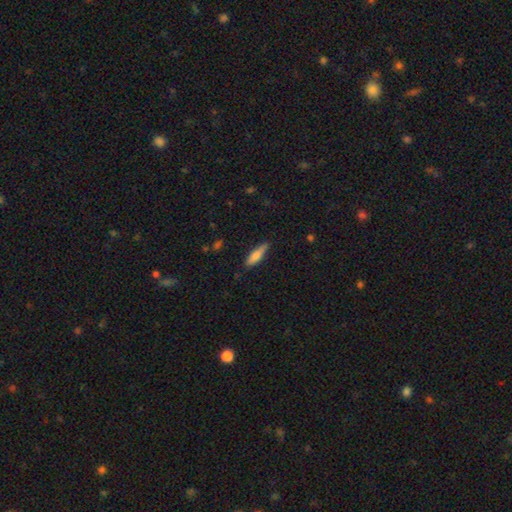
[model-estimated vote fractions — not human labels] Q: Smooth or featured?
A: smooth (65%); runner-up: featured or disk (28%)
Q: How rounded?
A: cigar-shaped (69%); runner-up: in between (29%)
Q: Merging?
A: none (82%); runner-up: minor disturbance (14%)